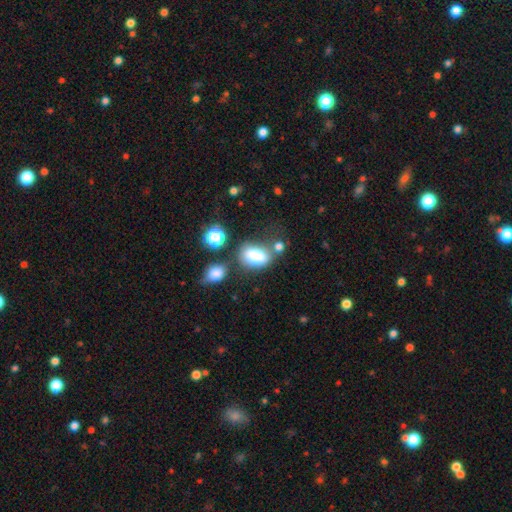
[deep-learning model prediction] The model was most divided on "merging": none: 48%, merger: 21%, minor disturbance: 21%, major disturbance: 10%. More confident: how rounded — in between (81%); smooth or featured — smooth (80%).